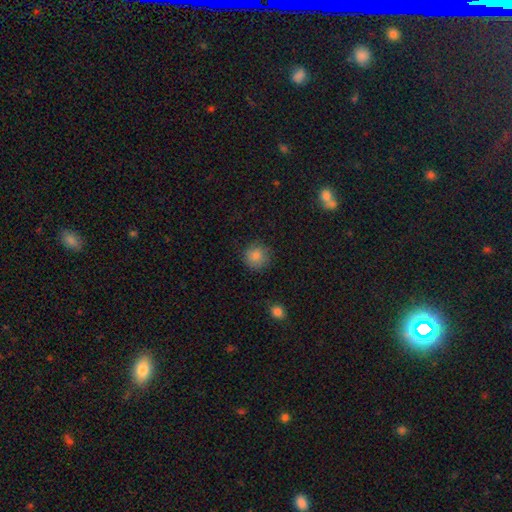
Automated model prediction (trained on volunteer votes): This is clearly a smooth galaxy (84%). How rounded: clearly round (92%). Merging: clearly none (84%).